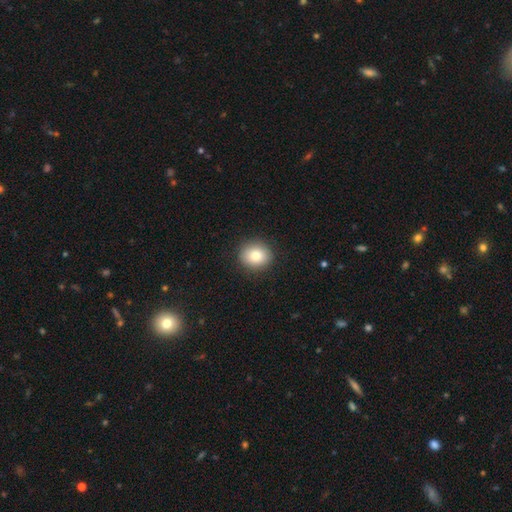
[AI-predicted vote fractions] Overall: smooth (82%). How rounded: round (77%). Merging: none (89%).